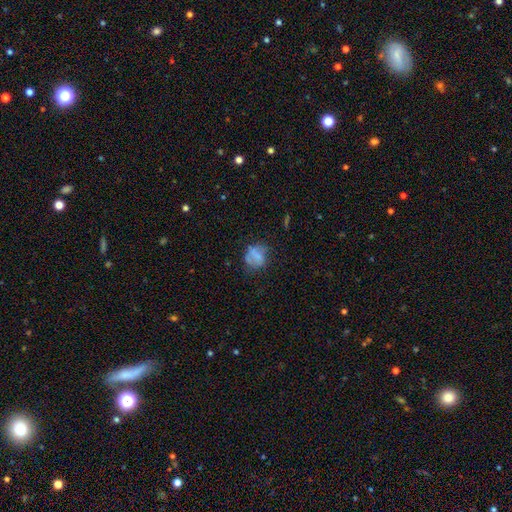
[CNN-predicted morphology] smooth-or-featured: smooth: 60% | featured or disk: 28% | star or artifact: 12%
  how-rounded: round: 67% | in between: 32% | cigar-shaped: 1%
  merging: none: 50% | minor disturbance: 27% | major disturbance: 17% | merger: 5%